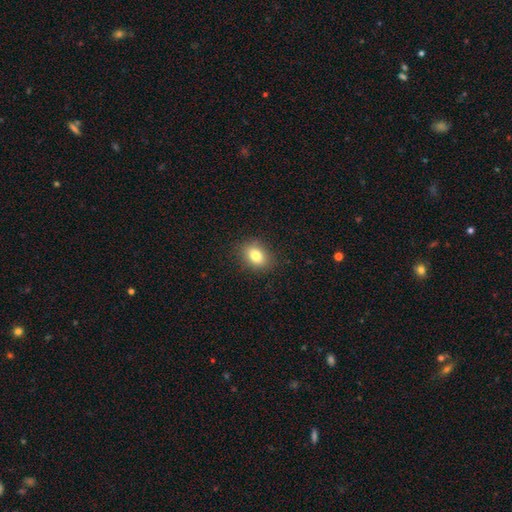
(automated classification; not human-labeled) Smooth or featured?
  - smooth: 81% *
  - star or artifact: 10%
  - featured or disk: 9%
How rounded?
  - in between: 64% *
  - round: 34%
  - cigar-shaped: 1%
Merging?
  - none: 87% *
  - minor disturbance: 10%
  - major disturbance: 3%
  - merger: 1%